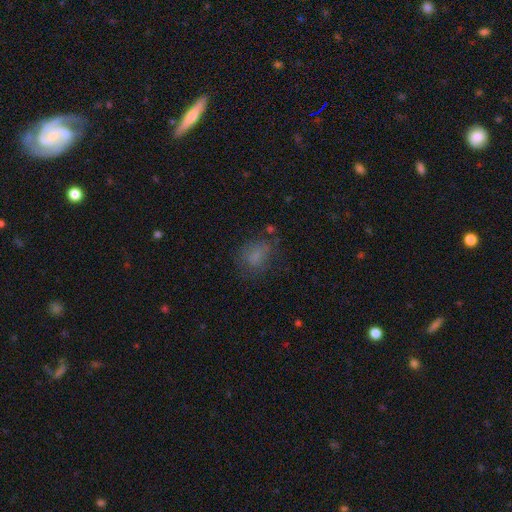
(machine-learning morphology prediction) smooth 73%, star or artifact 15%, featured or disk 12%. Down the decision tree: how rounded — in between (64%); merging — none (60%).